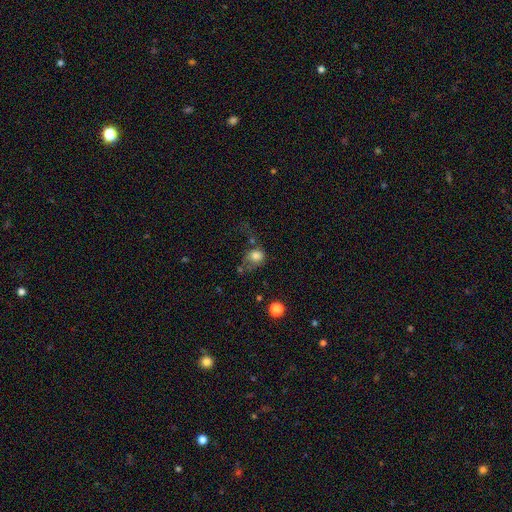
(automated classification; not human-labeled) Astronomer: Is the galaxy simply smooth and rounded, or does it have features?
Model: smooth — 77%.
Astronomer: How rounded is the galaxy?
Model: round — 64%.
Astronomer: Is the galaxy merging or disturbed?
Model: none — 33% (runner-up: major disturbance, 31%).